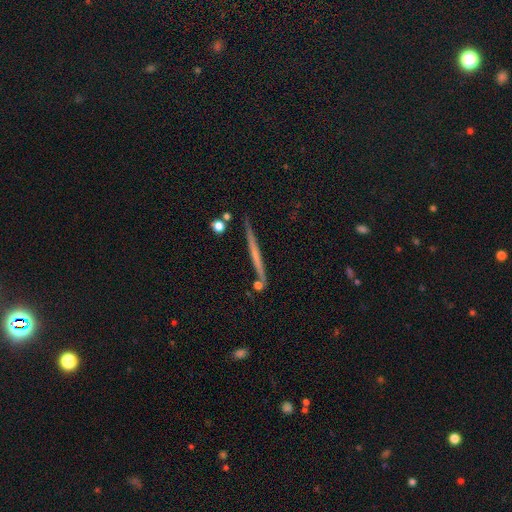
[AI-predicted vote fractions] featured or disk 58%, smooth 35%, star or artifact 7%. Down the decision tree: edge-on disk — yes (97%); edge-on bulge — none (81%); merging — none (87%).